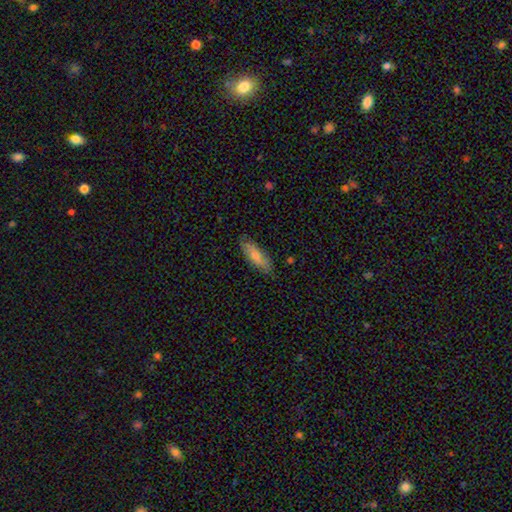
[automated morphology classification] Smooth or featured? smooth (65%)
How rounded? in between (55%)
Merging? none (84%)